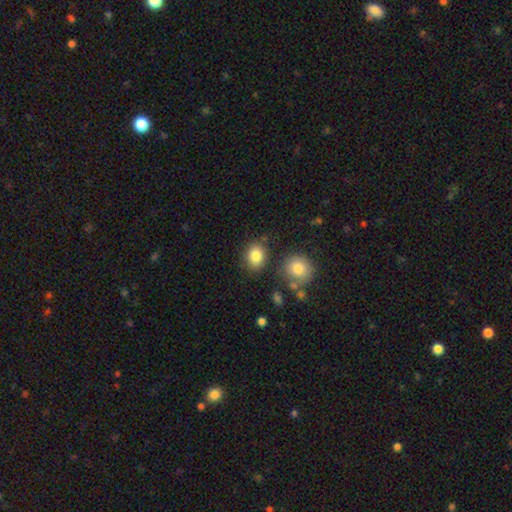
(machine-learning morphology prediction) type=smooth (84%); roundness=in between (54%); merging=none (78%).